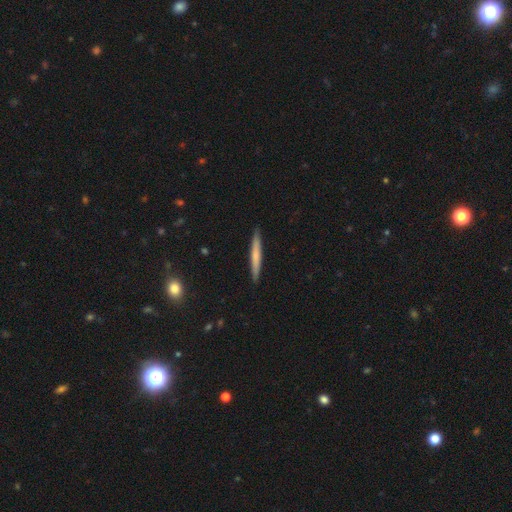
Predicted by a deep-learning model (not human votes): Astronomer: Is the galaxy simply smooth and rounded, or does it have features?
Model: smooth — 60%.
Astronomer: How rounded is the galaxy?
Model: cigar-shaped — 96%.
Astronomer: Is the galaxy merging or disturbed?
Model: none — 90%.